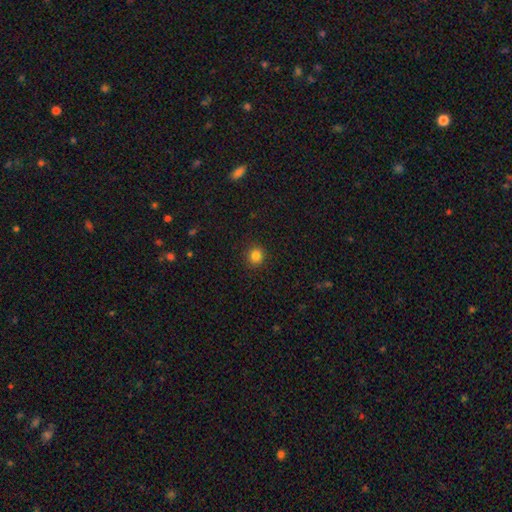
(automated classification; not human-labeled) Q: Smooth or featured?
A: smooth (83%); runner-up: star or artifact (12%)
Q: How rounded?
A: round (90%); runner-up: in between (9%)
Q: Merging?
A: none (92%); runner-up: minor disturbance (6%)